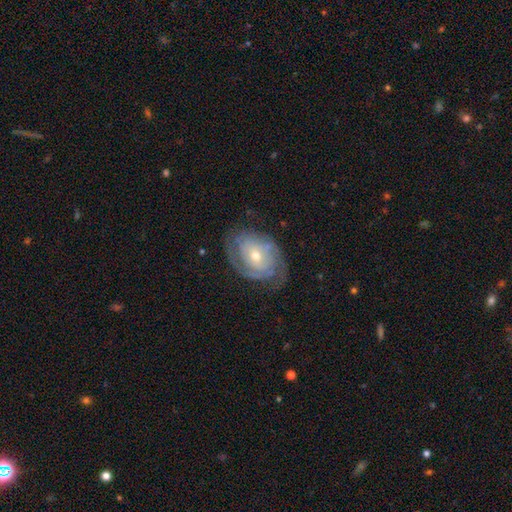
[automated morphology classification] Smooth or featured? featured or disk (81%)
Edge-on disk? no (96%)
Bar? no (67%)
Spiral arms? yes (91%)
Spiral winding? tight (68%)
Spiral arm count? 2 (40%)
Bulge size? moderate (49%)
Merging? none (68%)